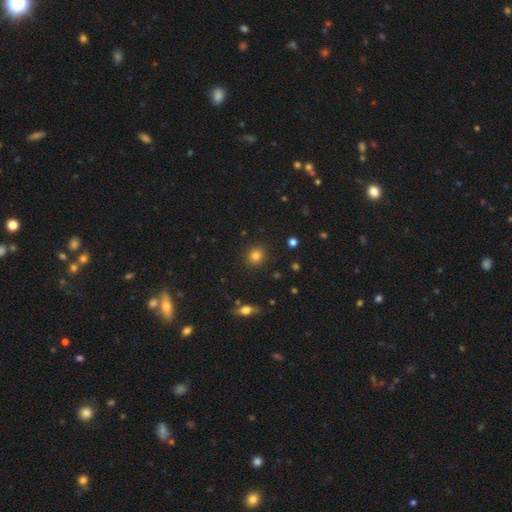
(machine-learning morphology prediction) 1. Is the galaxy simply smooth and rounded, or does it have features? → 82% smooth, 12% star or artifact, 6% featured or disk.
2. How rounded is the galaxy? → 85% round, 14% in between, 1% cigar-shaped.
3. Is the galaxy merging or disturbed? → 90% none, 7% minor disturbance, 2% major disturbance, 2% merger.